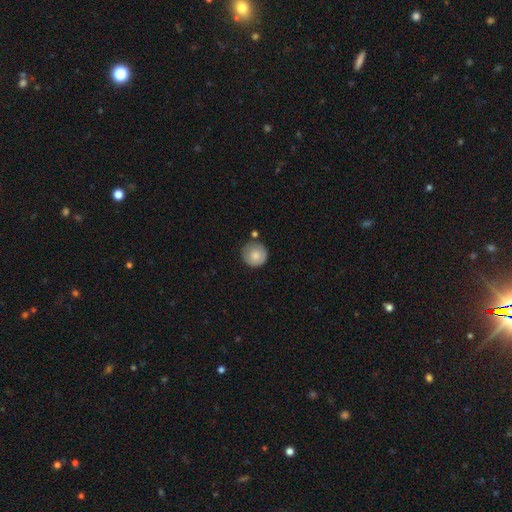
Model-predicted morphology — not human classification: smooth_or_featured: smooth (p=0.76) [alt: featured or disk p=0.18]
how_rounded: round (p=0.94) [alt: in between p=0.05]
merging: none (p=0.76) [alt: minor disturbance p=0.15]